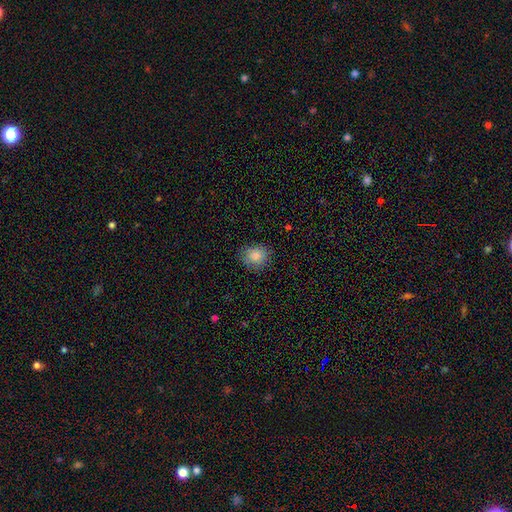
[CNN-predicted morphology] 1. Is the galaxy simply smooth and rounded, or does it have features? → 85% smooth, 9% star or artifact, 6% featured or disk.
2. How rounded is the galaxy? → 74% round, 25% in between, 1% cigar-shaped.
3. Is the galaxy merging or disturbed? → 83% none, 13% minor disturbance, 3% major disturbance, 1% merger.